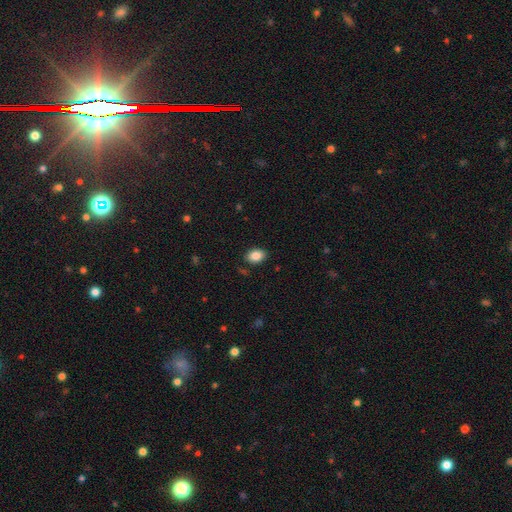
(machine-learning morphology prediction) Smooth or featured? Predicted: smooth (p=0.88). How rounded? Predicted: in between (p=0.77). Merging? Predicted: none (p=0.87).